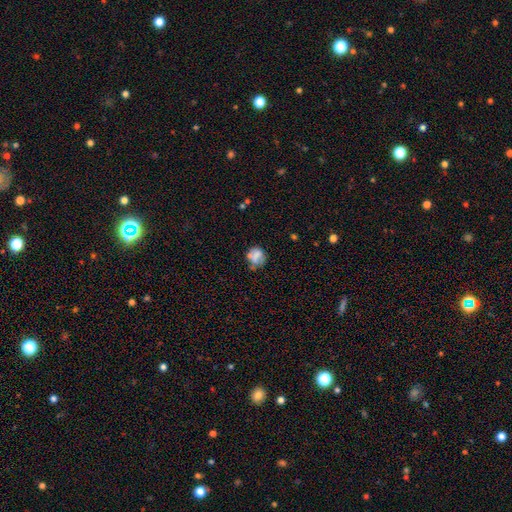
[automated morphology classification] Smooth or featured? Predicted: smooth (p=0.60). How rounded? Predicted: round (p=0.70). Merging? Predicted: none (p=0.50).